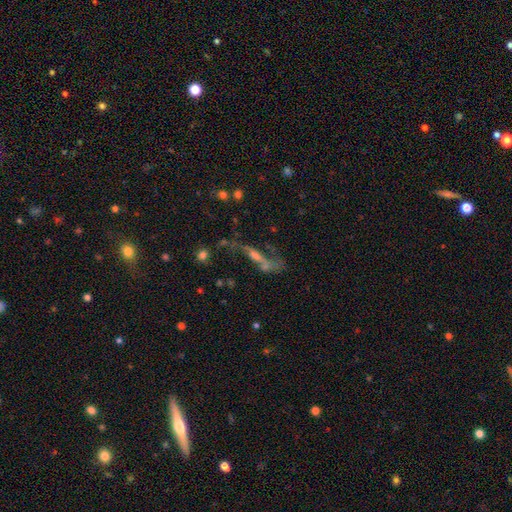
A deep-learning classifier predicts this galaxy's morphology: This is possibly a featured or disk galaxy (55%). It is possibly not viewed edge-on (59%). Merging: marginally none (36%).